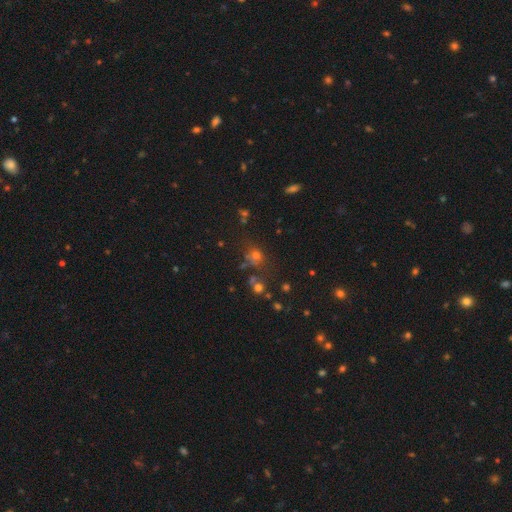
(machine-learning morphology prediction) Smooth or featured? Predicted: smooth (p=0.59). How rounded? Predicted: round (p=0.80). Merging? Predicted: none (p=0.67).